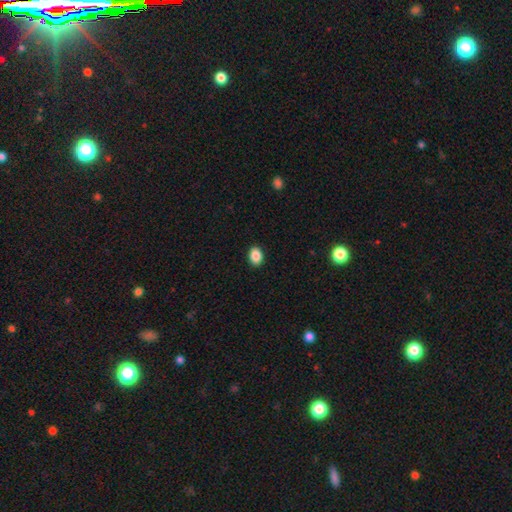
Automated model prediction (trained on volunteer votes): Smooth or featured? smooth (88%)
How rounded? in between (71%)
Merging? none (91%)